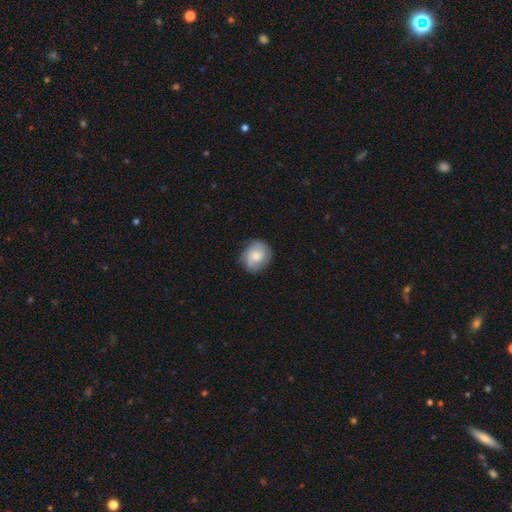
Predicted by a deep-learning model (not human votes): This appears to be a smooth galaxy with no disk features (49%). Merging: none (76%).